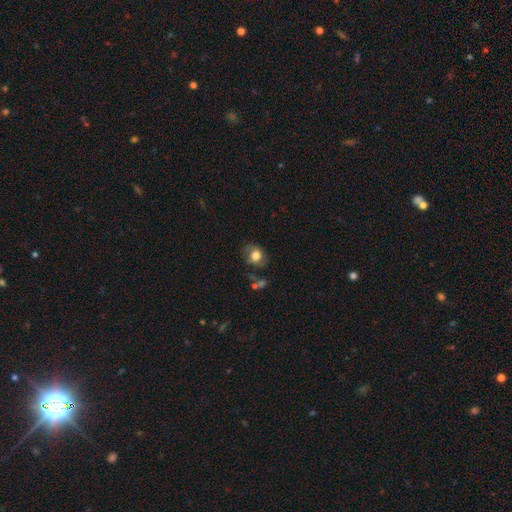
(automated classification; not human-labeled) smooth_or_featured: smooth (p=0.70) [alt: featured or disk p=0.21]
how_rounded: round (p=0.55) [alt: in between p=0.44]
merging: none (p=0.61) [alt: minor disturbance p=0.23]